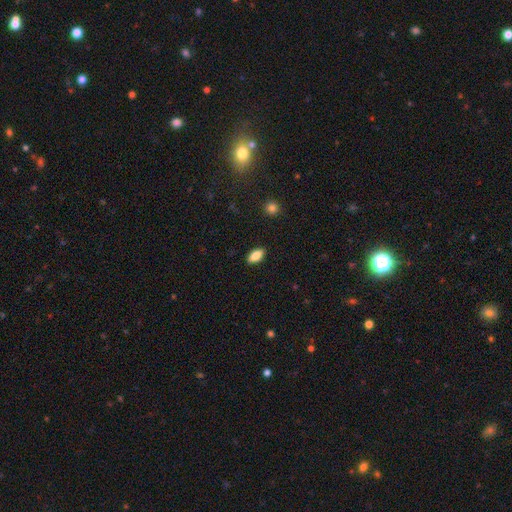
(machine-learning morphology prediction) A smooth galaxy with no disk features (86%) that is in between round and cigar-shaped (91%).

Vote fractions:
- Smooth or featured? smooth: 86% / star or artifact: 7% / featured or disk: 6%
- How rounded? in between: 91% / cigar-shaped: 6% / round: 3%
- Merging? none: 89% / minor disturbance: 8% / major disturbance: 2% / merger: 1%